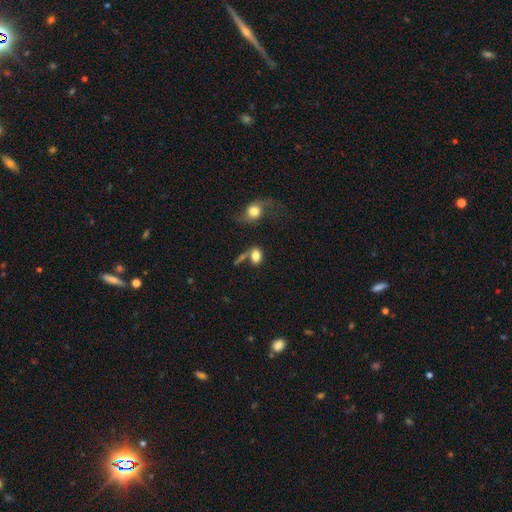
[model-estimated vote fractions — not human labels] Q: Smooth or featured?
A: smooth (78%); runner-up: featured or disk (12%)
Q: How rounded?
A: in between (76%); runner-up: round (21%)
Q: Merging?
A: none (43%); runner-up: merger (29%)